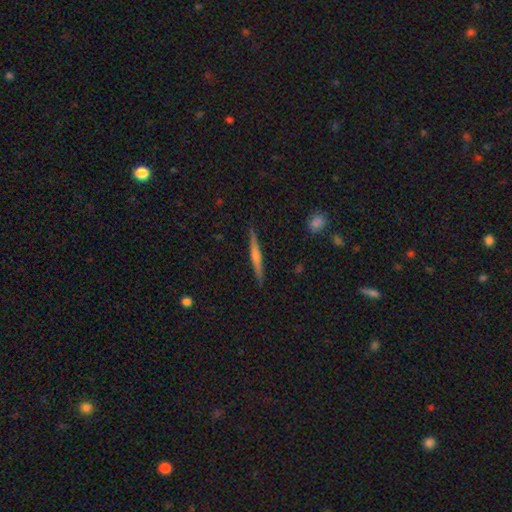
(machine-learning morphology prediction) Smooth or featured: featured or disk — 71% (smooth — 22%)
Edge-on disk: yes — 98% (no — 2%)
Edge-on bulge: rounded — 70% (none — 21%)
Merging: none — 92% (minor disturbance — 6%)